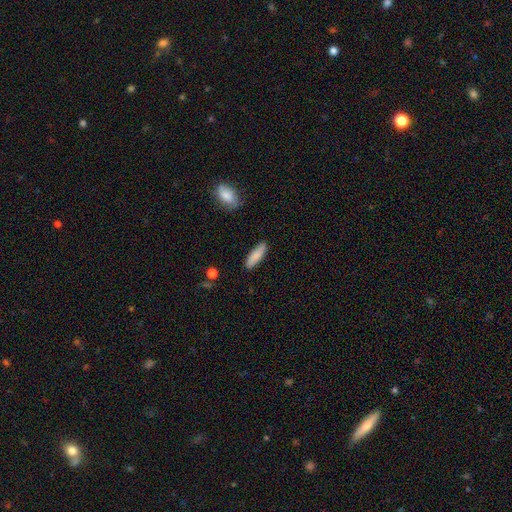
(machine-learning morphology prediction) A smooth galaxy with no disk features (84%) that is cigar-shaped (58%). Merging: none (86%).